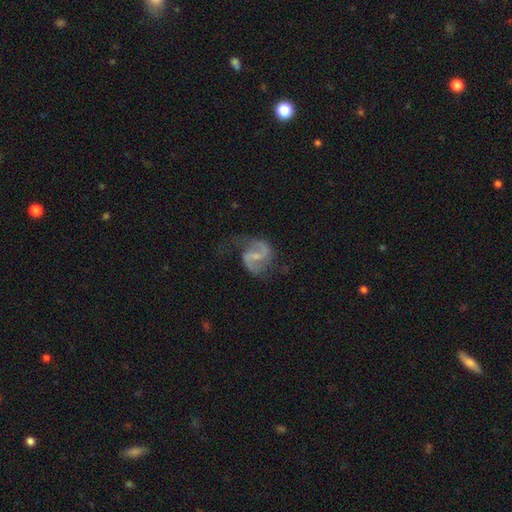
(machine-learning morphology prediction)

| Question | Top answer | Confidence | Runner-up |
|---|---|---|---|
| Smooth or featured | featured or disk | 88% | smooth (7%) |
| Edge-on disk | no | 98% | yes (2%) |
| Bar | weak | 54% | strong (26%) |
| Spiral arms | yes | 96% | no (4%) |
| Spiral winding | medium | 49% | loose (40%) |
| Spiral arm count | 2 | 91% | 1 (3%) |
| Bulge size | small | 55% | none (22%) |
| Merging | none | 62% | minor disturbance (20%) |